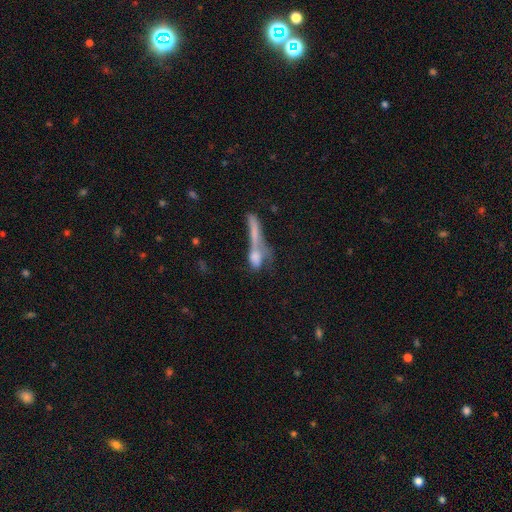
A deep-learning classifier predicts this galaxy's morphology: Smooth or featured? smooth (54%)
How rounded? cigar-shaped (52%)
Merging? merger (53%)